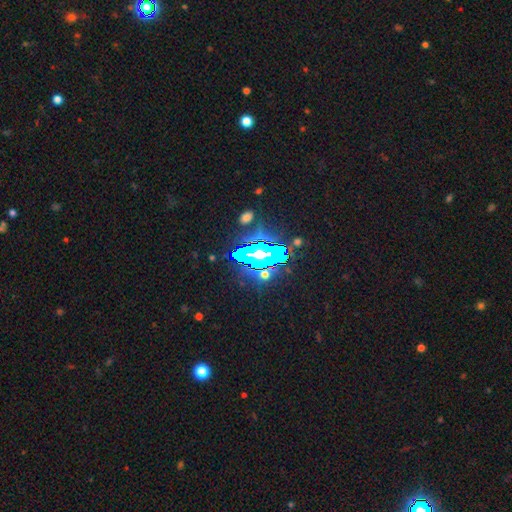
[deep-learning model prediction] Overall: star or artifact (84%).